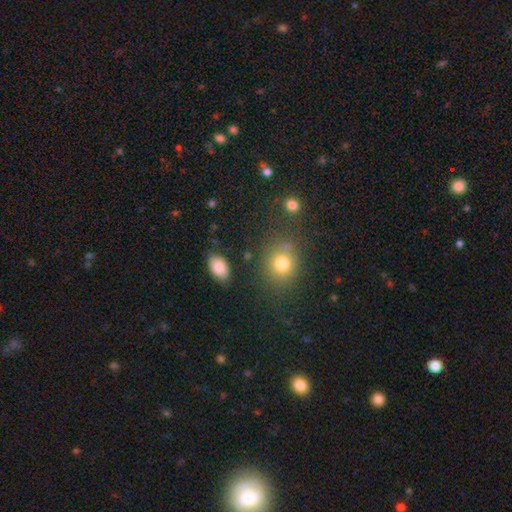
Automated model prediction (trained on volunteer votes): smooth 65%, star or artifact 27%, featured or disk 8%. Down the decision tree: how rounded — round (62%); merging — none (82%).